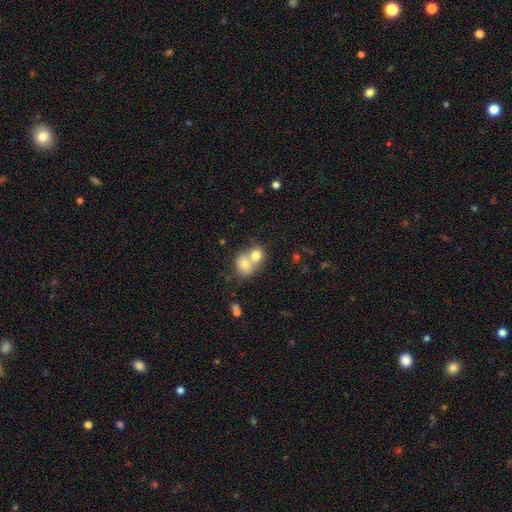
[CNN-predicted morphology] This appears to be a smooth galaxy with no disk features (73%) that is round (66%). Merging: merger (71%).